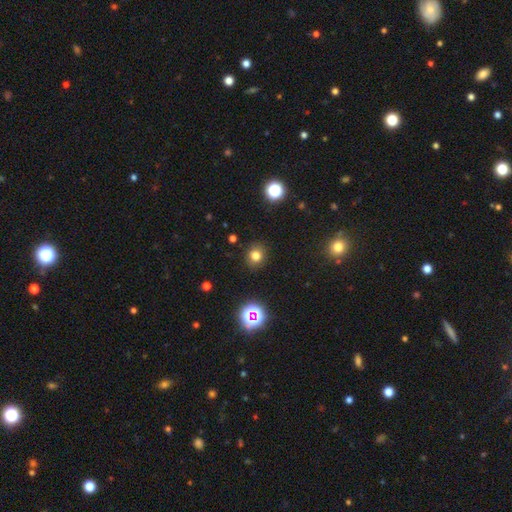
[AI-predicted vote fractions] This appears to be a smooth galaxy with no disk features (76%) that is round (81%). Merging: none (88%).